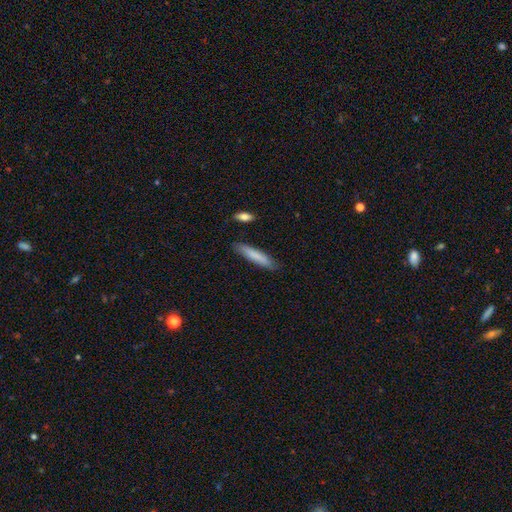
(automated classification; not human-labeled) smooth_or_featured: smooth (p=0.80) [alt: featured or disk p=0.15]
how_rounded: cigar-shaped (p=0.89) [alt: in between p=0.10]
merging: none (p=0.86) [alt: minor disturbance p=0.10]